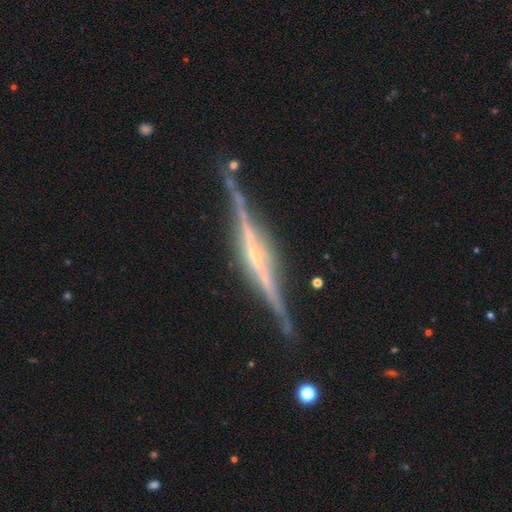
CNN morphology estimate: This is clearly a featured or disk galaxy (88%). It is clearly viewed edge-on (98%). Edge-on bulge: possibly rounded (47%). Merging: clearly none (84%).